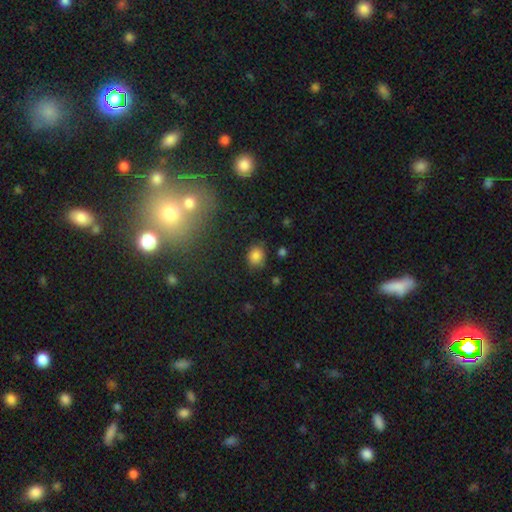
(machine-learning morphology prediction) type=smooth (82%); roundness=round (69%); merging=none (79%).